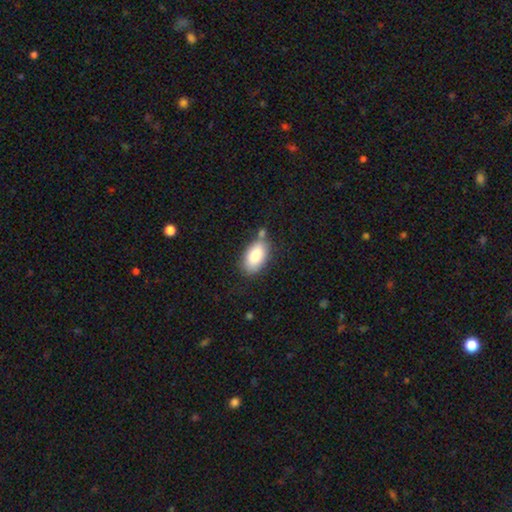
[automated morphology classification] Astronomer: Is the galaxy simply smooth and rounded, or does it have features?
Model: smooth — 82%.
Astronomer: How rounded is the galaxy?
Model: in between — 93%.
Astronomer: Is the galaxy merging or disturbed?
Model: none — 68%.